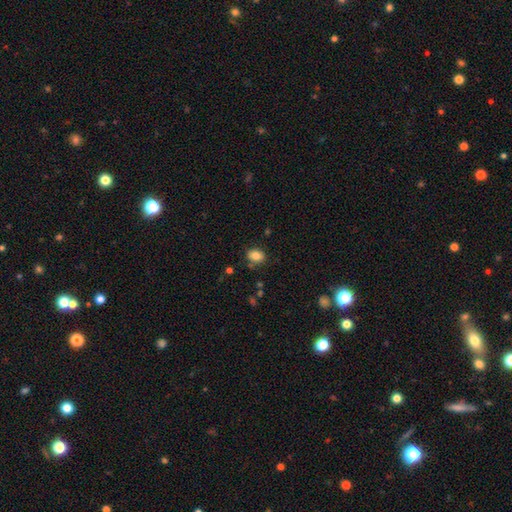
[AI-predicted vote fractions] A smooth galaxy with no disk features (83%) that is in between round and cigar-shaped (64%).

Vote fractions:
- Smooth or featured? smooth: 83% / star or artifact: 10% / featured or disk: 8%
- How rounded? in between: 64% / round: 35% / cigar-shaped: 1%
- Merging? none: 80% / minor disturbance: 13% / merger: 3% / major disturbance: 3%